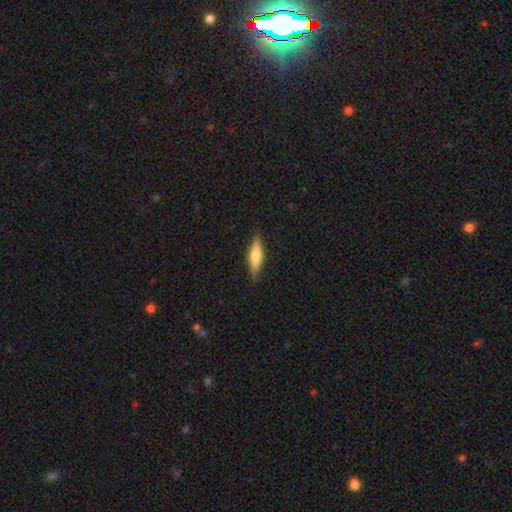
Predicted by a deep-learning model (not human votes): smooth 53%, featured or disk 41%, star or artifact 6%. Down the decision tree: how rounded — cigar-shaped (70%); merging — none (88%).